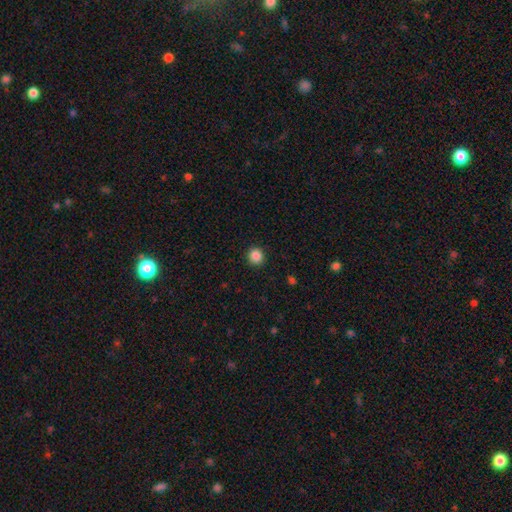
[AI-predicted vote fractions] This is clearly a smooth galaxy (87%). How rounded: clearly round (92%). Merging: clearly none (92%).